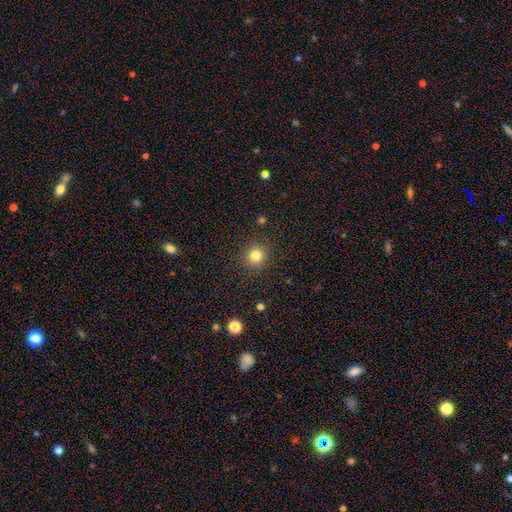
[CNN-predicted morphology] smooth_or_featured: smooth (p=0.82) [alt: star or artifact p=0.13]
how_rounded: round (p=0.93) [alt: in between p=0.06]
merging: none (p=0.90) [alt: minor disturbance p=0.06]